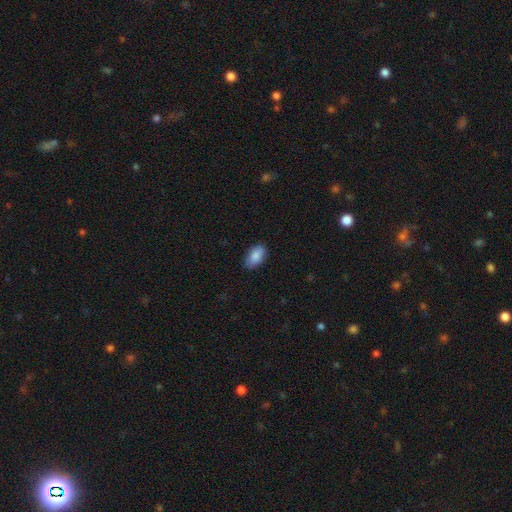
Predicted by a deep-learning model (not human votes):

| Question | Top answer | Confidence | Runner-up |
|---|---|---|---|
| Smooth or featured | smooth | 87% | star or artifact (7%) |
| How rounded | in between | 93% | round (5%) |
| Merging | none | 84% | minor disturbance (12%) |